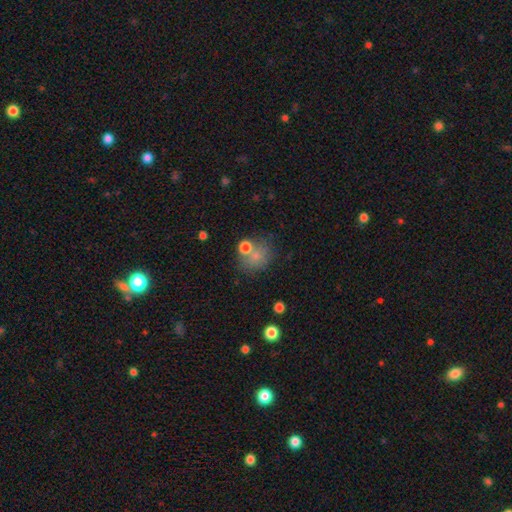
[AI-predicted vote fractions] A smooth galaxy with no disk features (73%) that is round (64%). Merging: none (58%).